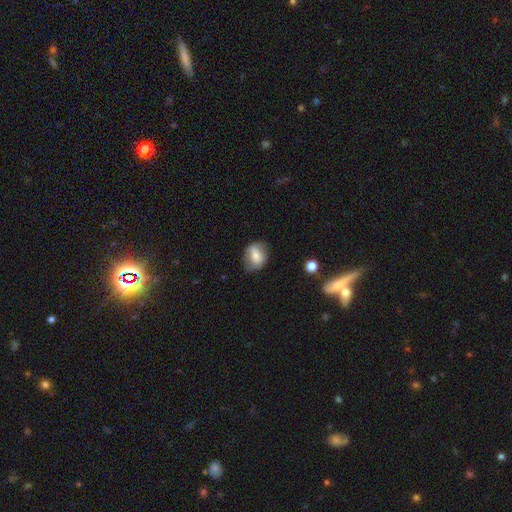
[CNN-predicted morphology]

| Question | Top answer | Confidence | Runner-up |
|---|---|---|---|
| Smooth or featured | smooth | 61% | featured or disk (31%) |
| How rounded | in between | 59% | round (39%) |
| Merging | none | 66% | minor disturbance (24%) |